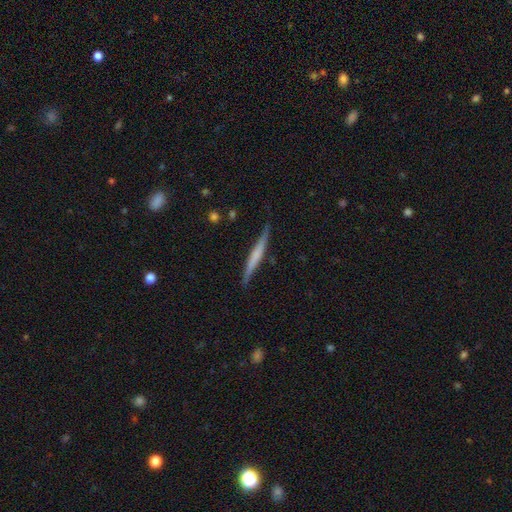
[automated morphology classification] type=featured or disk (50%); merging=none (84%).